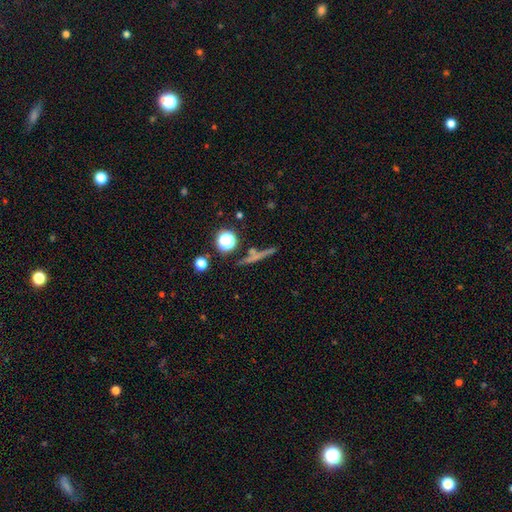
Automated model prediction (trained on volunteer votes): smooth_or_featured: smooth (p=0.46) [alt: featured or disk p=0.36]
merging: none (p=0.78) [alt: minor disturbance p=0.10]